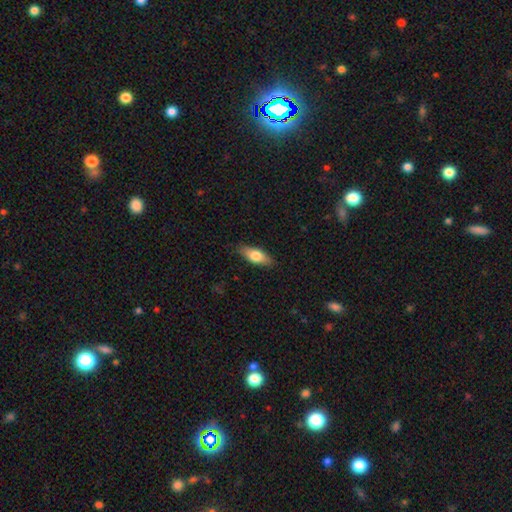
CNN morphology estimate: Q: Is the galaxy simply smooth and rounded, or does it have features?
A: smooth — 73%.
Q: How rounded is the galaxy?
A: in between — 73%.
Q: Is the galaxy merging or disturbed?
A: none — 86%.